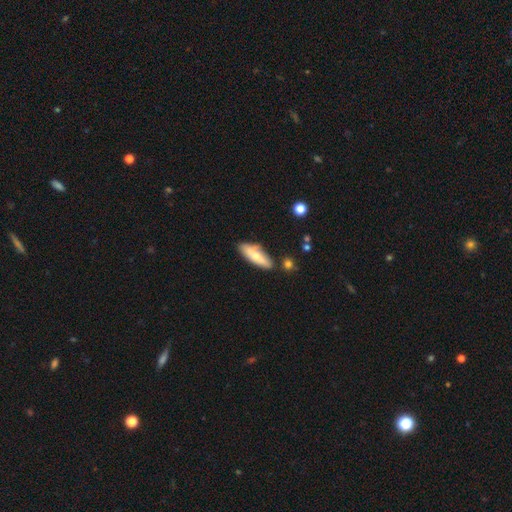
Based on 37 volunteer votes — Overall: smooth (51%; featured or disk 43%). How rounded: cigar-shaped (58%; in between 42%). Merging: none (60%; minor disturbance 26%).